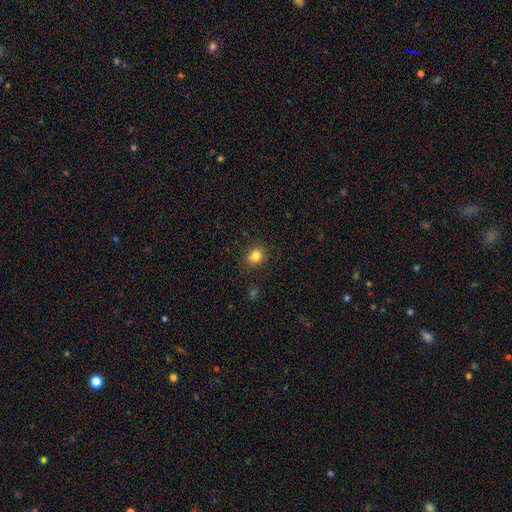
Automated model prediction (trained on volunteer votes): Smooth or featured? Predicted: smooth (p=0.83). How rounded? Predicted: round (p=0.64). Merging? Predicted: none (p=0.85).